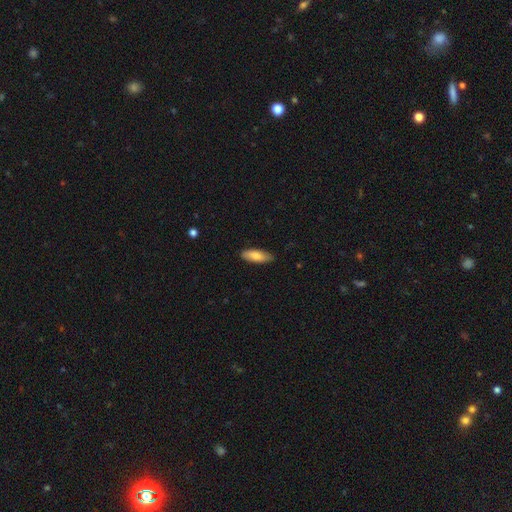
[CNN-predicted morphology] Smooth or featured?
  - smooth: 81% *
  - featured or disk: 14%
  - star or artifact: 6%
How rounded?
  - in between: 67% *
  - cigar-shaped: 31%
  - round: 2%
Merging?
  - none: 85% *
  - minor disturbance: 12%
  - major disturbance: 2%
  - merger: 1%